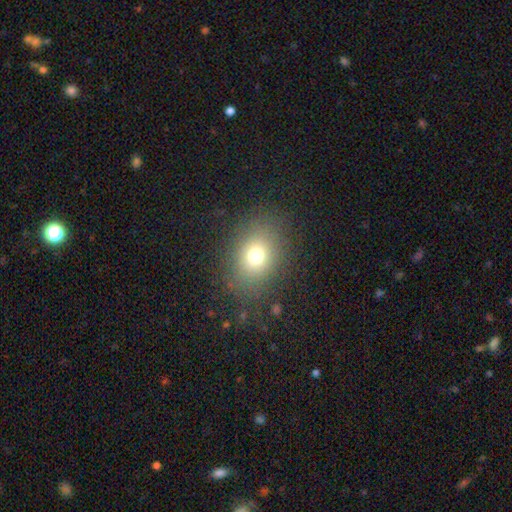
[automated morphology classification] This is likely a smooth galaxy (72%). How rounded: possibly round (52%). Merging: clearly none (83%).